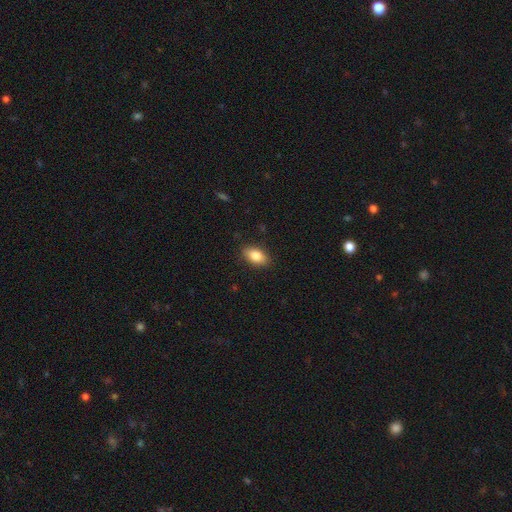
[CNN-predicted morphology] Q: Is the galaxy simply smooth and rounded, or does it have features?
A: smooth — 84%.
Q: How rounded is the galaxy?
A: in between — 90%.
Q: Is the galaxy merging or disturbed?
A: none — 87%.